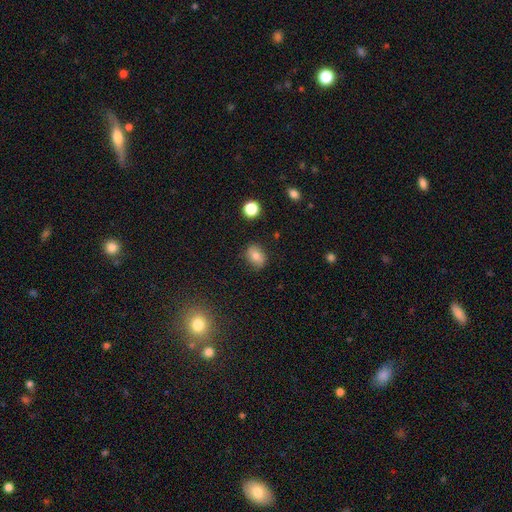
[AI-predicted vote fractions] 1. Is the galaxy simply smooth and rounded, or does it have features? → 78% smooth, 12% featured or disk, 11% star or artifact.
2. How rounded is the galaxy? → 70% in between, 28% round, 2% cigar-shaped.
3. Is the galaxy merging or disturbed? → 82% none, 13% minor disturbance, 3% major disturbance, 2% merger.